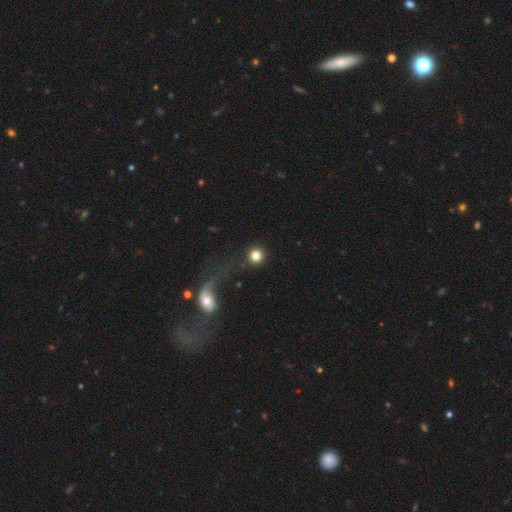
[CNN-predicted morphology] smooth 82%, star or artifact 10%, featured or disk 8%. Down the decision tree: how rounded — round (94%); merging — none (80%).